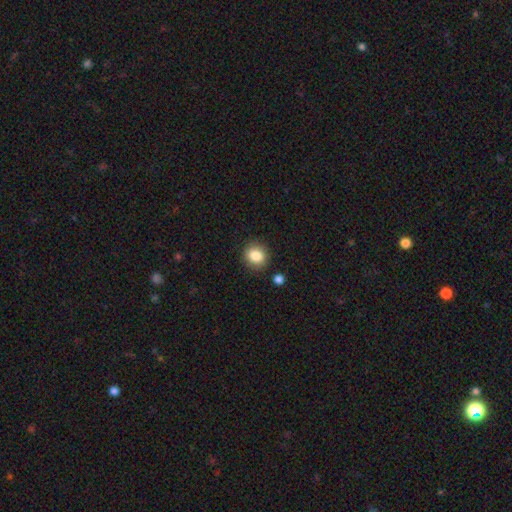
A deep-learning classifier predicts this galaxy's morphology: Overall: smooth (85%). How rounded: round (82%). Merging: none (86%).